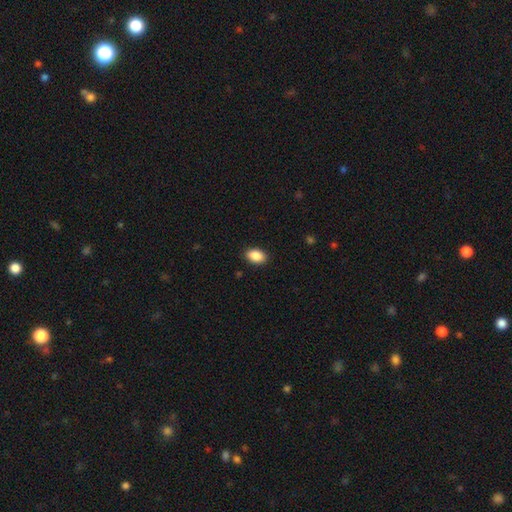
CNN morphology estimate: smooth-or-featured: smooth: 89% | star or artifact: 7% | featured or disk: 4%
  how-rounded: in between: 90% | round: 8% | cigar-shaped: 1%
  merging: none: 89% | minor disturbance: 8% | major disturbance: 2% | merger: 1%